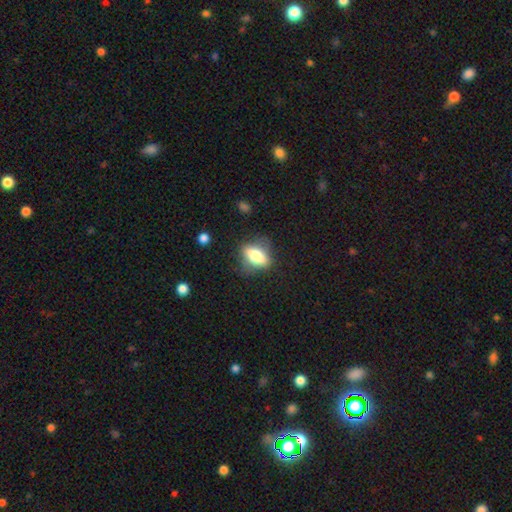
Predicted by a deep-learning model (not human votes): Smooth or featured? Predicted: smooth (p=0.65). How rounded? Predicted: in between (p=0.76). Merging? Predicted: none (p=0.69).